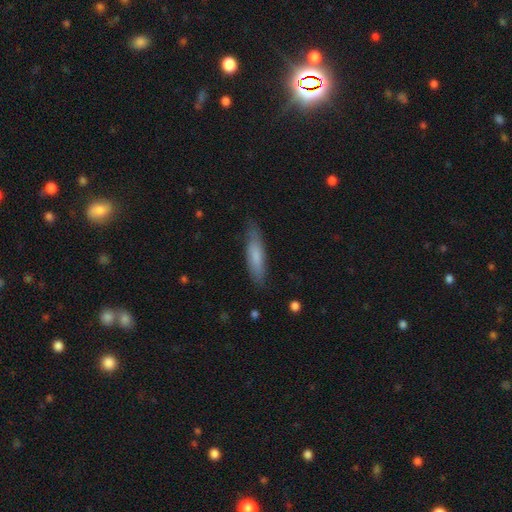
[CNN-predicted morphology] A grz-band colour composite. It shows a smooth galaxy with no disk features (73%) that is cigar-shaped (73%). Merging: none (79%).